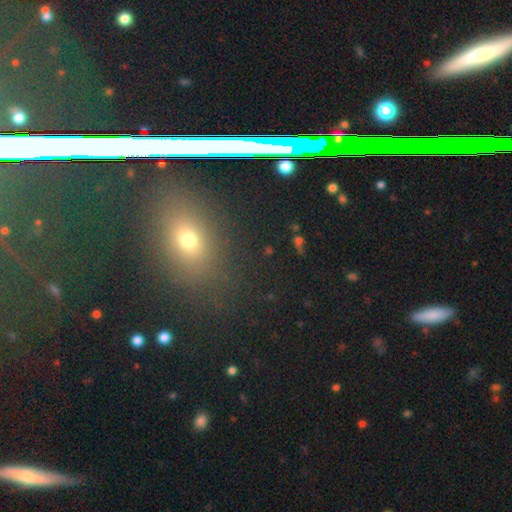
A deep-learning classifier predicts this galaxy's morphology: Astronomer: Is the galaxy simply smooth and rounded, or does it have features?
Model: star or artifact — 47% (runner-up: smooth, 40%).